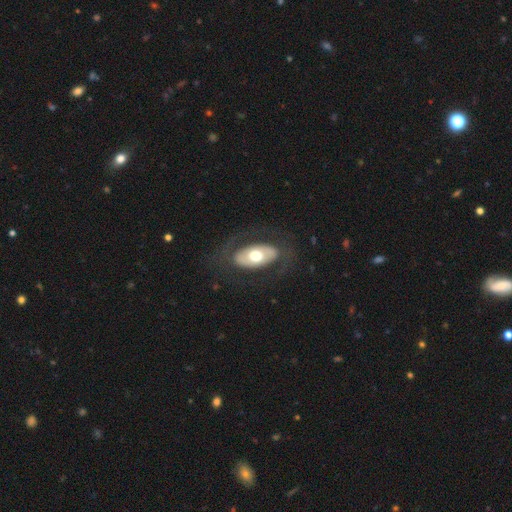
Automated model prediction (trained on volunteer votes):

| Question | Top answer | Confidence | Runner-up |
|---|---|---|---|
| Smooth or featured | featured or disk | 52% | smooth (43%) |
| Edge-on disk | no | 88% | yes (12%) |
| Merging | none | 78% | minor disturbance (12%) |